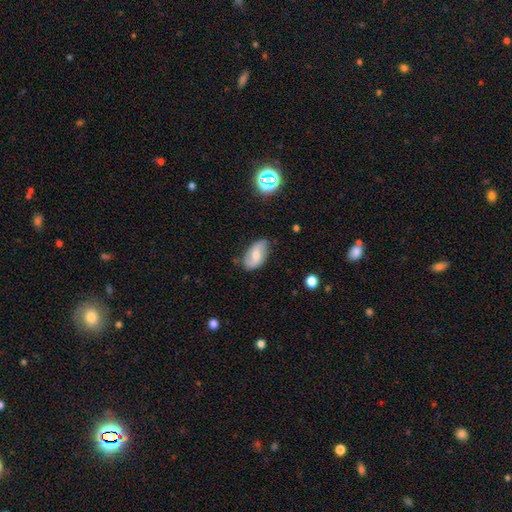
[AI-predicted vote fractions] Smooth or featured? Predicted: featured or disk (p=0.55). Edge-on disk? Predicted: no (p=0.95). Bar? Predicted: weak (p=0.46). Spiral arms? Predicted: yes (p=0.87). Bulge size? Predicted: moderate (p=0.56). Merging? Predicted: none (p=0.71).